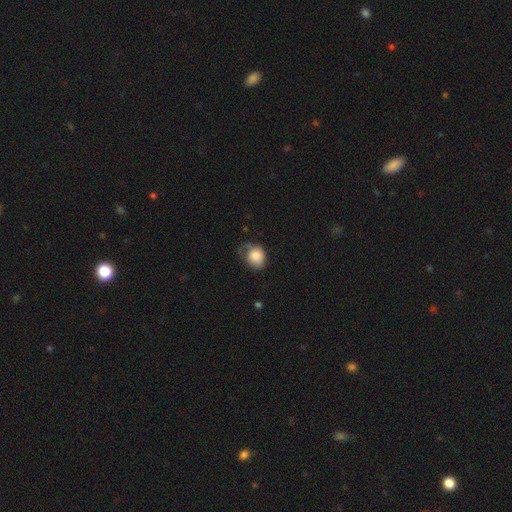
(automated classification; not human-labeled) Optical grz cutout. It shows a smooth galaxy with no disk features (80%) that is round (55%). Merging: minor disturbance (39%).